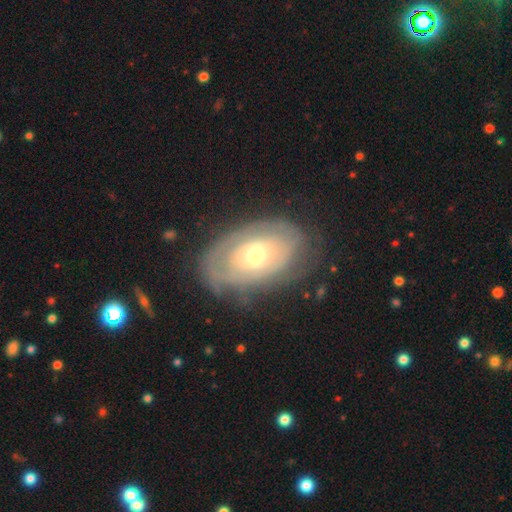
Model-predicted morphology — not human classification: This is likely a featured or disk galaxy (63%). It is clearly not viewed edge-on (93%). Bar: clearly no (82%). Spiral arm pattern: possibly yes (56%). Central bulge: likely moderate (61%). Merging: likely none (67%).